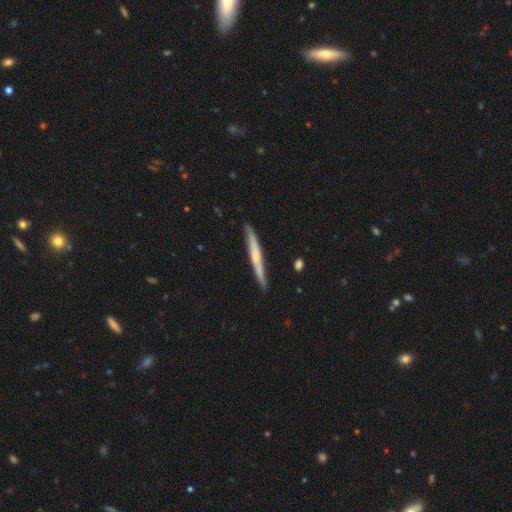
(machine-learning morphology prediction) smooth_or_featured: featured or disk (p=0.53) [alt: smooth p=0.42]
disk_edge_on: yes (p=0.96) [alt: no p=0.04]
edge_on_bulge: none (p=0.52) [alt: rounded p=0.36]
merging: none (p=0.86) [alt: minor disturbance p=0.10]